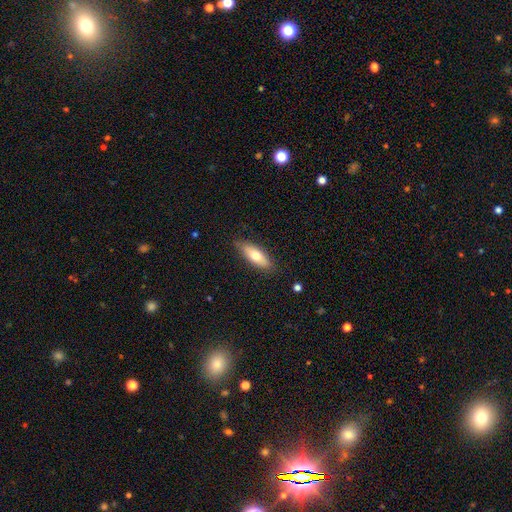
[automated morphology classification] Smooth or featured? smooth (70%)
How rounded? in between (67%)
Merging? none (82%)